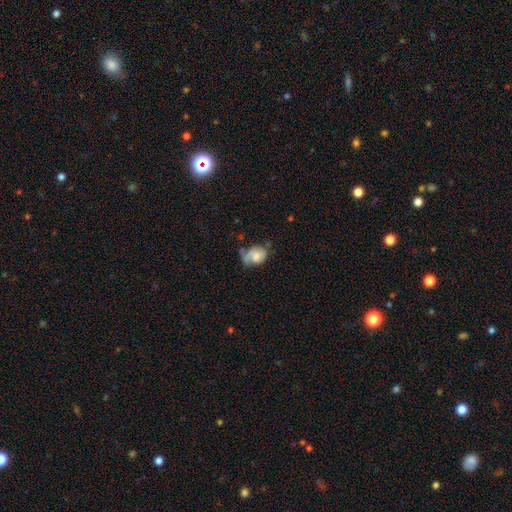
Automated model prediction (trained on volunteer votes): Smooth or featured?
  - smooth: 51% *
  - featured or disk: 41%
  - star or artifact: 8%
How rounded?
  - in between: 67% *
  - round: 32%
  - cigar-shaped: 1%
Merging?
  - none: 37% *
  - minor disturbance: 32%
  - major disturbance: 23%
  - merger: 8%